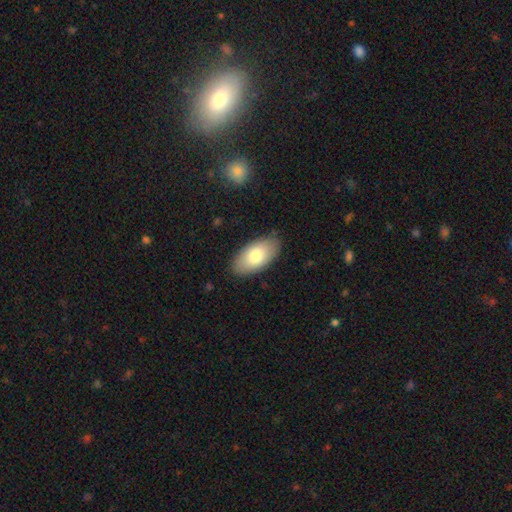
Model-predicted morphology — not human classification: This appears to be a smooth galaxy with no disk features (80%) that is in between round and cigar-shaped (95%). Merging: none (83%).